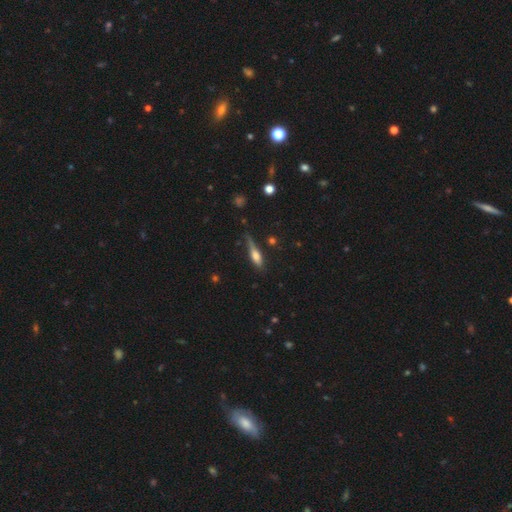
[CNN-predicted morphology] Smooth or featured? Predicted: smooth (p=0.57). How rounded? Predicted: cigar-shaped (p=0.62). Merging? Predicted: none (p=0.59).